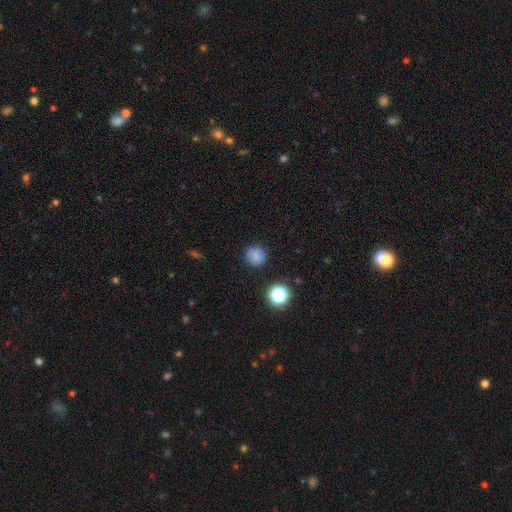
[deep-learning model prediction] smooth-or-featured: smooth: 80% | star or artifact: 14% | featured or disk: 6%
  how-rounded: round: 91% | in between: 8% | cigar-shaped: 1%
  merging: none: 87% | minor disturbance: 9% | major disturbance: 3% | merger: 2%